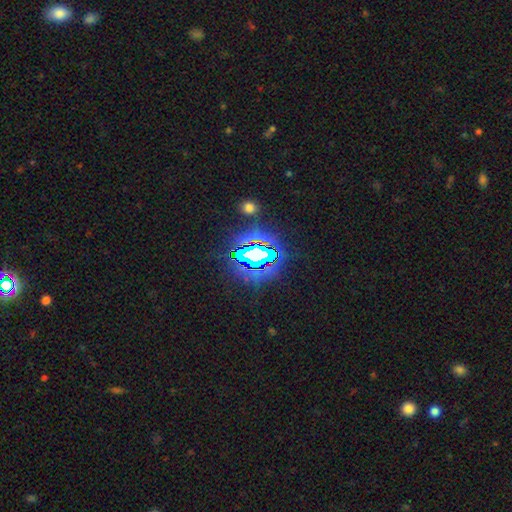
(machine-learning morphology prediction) Smooth or featured?
  - star or artifact: 74% *
  - smooth: 14%
  - featured or disk: 12%